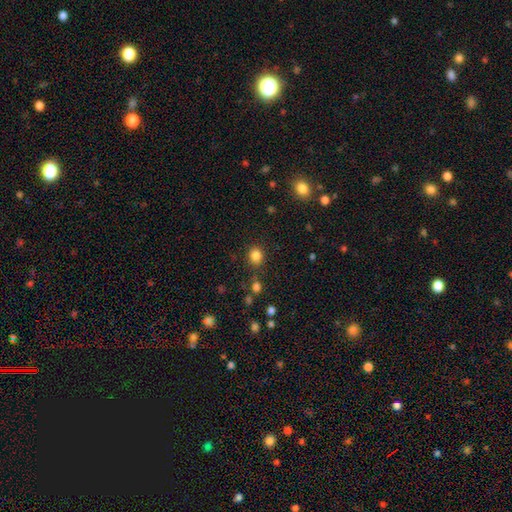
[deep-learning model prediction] Smooth or featured?
  - smooth: 84% *
  - star or artifact: 12%
  - featured or disk: 4%
How rounded?
  - round: 80% *
  - in between: 20%
  - cigar-shaped: 1%
Merging?
  - none: 84% *
  - minor disturbance: 9%
  - merger: 4%
  - major disturbance: 3%